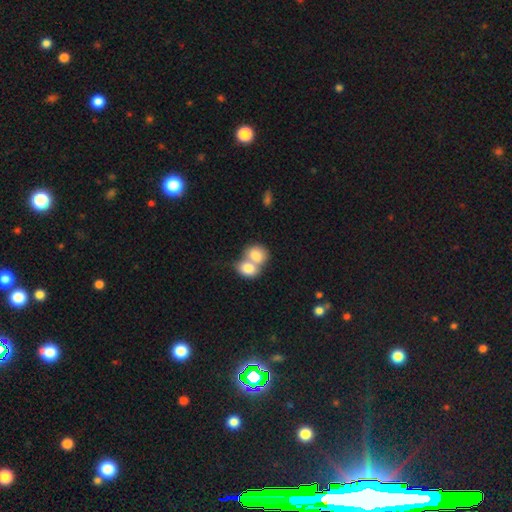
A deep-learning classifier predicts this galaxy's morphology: Smooth or featured? smooth (77%)
How rounded? in between (52%)
Merging? merger (75%)